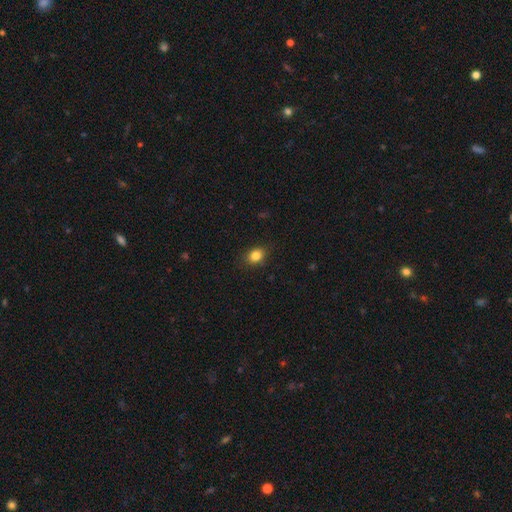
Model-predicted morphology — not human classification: The model was most divided on "how rounded": in between: 61%, round: 38%, cigar-shaped: 1%. More confident: merging — none (87%); smooth or featured — smooth (84%).